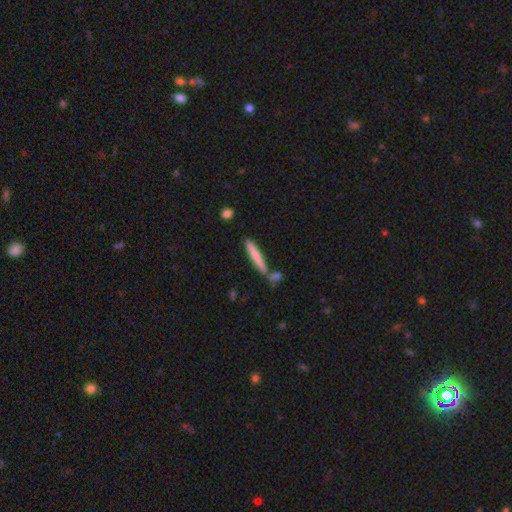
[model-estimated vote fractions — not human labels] smooth_or_featured: smooth (p=0.72) [alt: featured or disk p=0.22]
how_rounded: cigar-shaped (p=0.95) [alt: in between p=0.04]
merging: none (p=0.73) [alt: minor disturbance p=0.12]